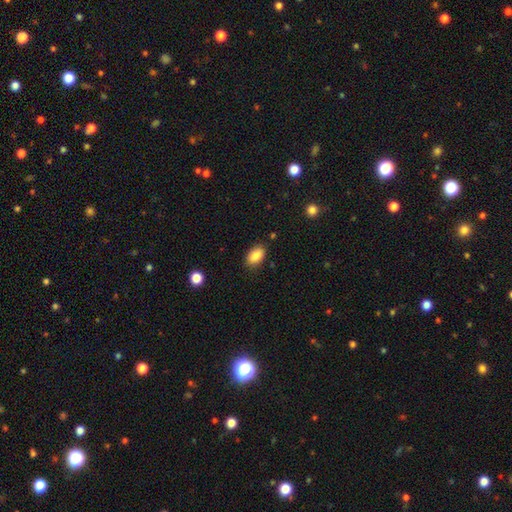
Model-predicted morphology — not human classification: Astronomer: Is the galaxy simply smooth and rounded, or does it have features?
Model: smooth — 86%.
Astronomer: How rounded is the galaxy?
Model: in between — 92%.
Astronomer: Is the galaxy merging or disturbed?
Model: none — 85%.